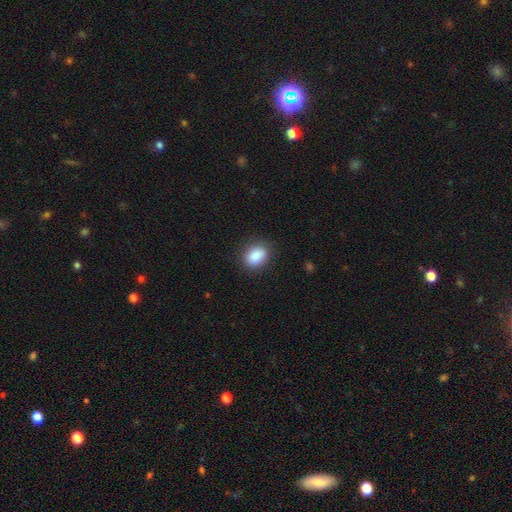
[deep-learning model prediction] smooth_or_featured: smooth (p=0.87) [alt: star or artifact p=0.08]
how_rounded: in between (p=0.60) [alt: round p=0.39]
merging: none (p=0.86) [alt: minor disturbance p=0.10]